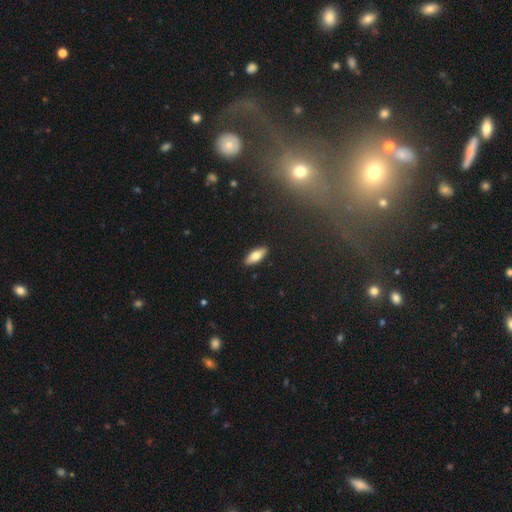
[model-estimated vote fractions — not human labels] A smooth galaxy with no disk features (73%) that is in between round and cigar-shaped (76%).

Vote fractions:
- Smooth or featured? smooth: 73% / featured or disk: 21% / star or artifact: 7%
- How rounded? in between: 76% / cigar-shaped: 22% / round: 3%
- Merging? none: 90% / minor disturbance: 8% / major disturbance: 2% / merger: 1%